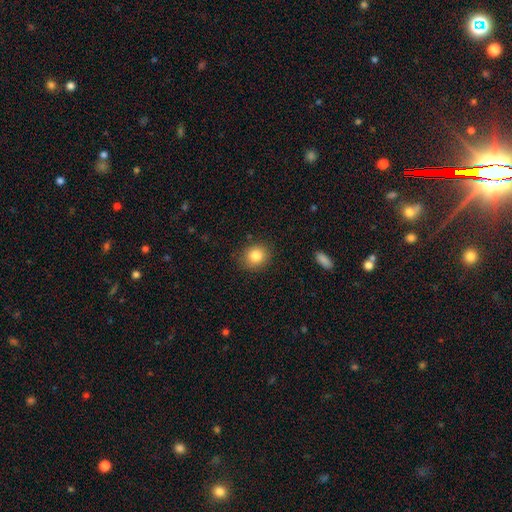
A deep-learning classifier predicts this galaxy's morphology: Smooth or featured? Predicted: smooth (p=0.84). How rounded? Predicted: round (p=0.77). Merging? Predicted: none (p=0.87).